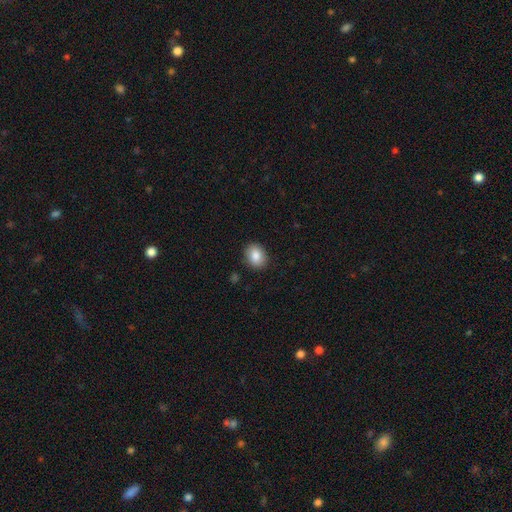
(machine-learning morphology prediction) smooth-or-featured: smooth: 85% | star or artifact: 8% | featured or disk: 7%
  how-rounded: in between: 50% | round: 49% | cigar-shaped: 1%
  merging: none: 88% | minor disturbance: 8% | major disturbance: 2% | merger: 1%